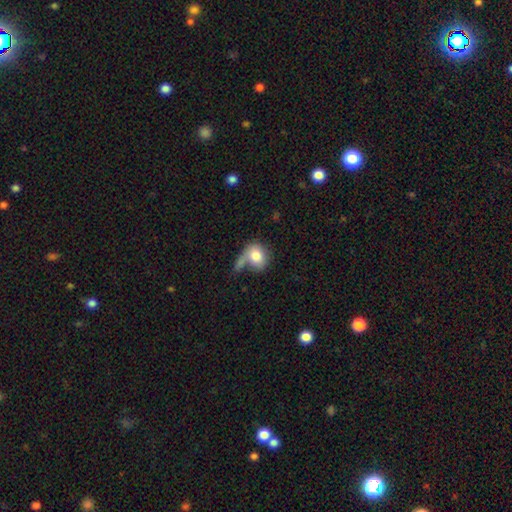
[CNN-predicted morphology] smooth_or_featured: smooth (p=0.76) [alt: featured or disk p=0.17]
how_rounded: round (p=0.53) [alt: in between p=0.45]
merging: none (p=0.31) [alt: merger p=0.26]